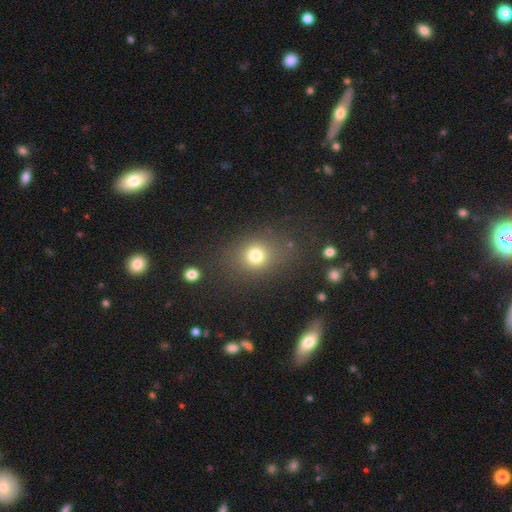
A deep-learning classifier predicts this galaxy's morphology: Q: Smooth or featured?
A: smooth (77%); runner-up: star or artifact (15%)
Q: How rounded?
A: round (63%); runner-up: in between (35%)
Q: Merging?
A: none (77%); runner-up: minor disturbance (12%)